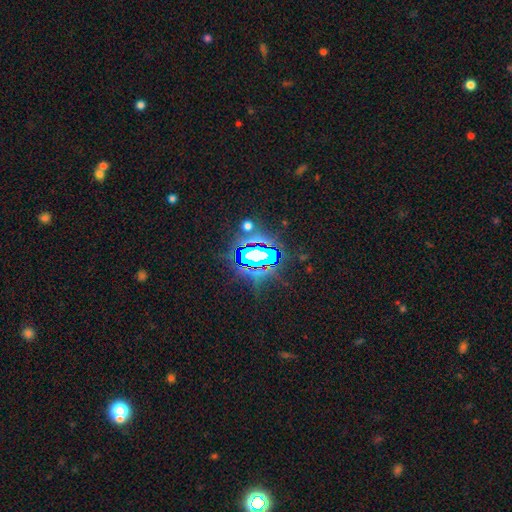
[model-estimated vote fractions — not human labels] A star or artifact, not a galaxy (73%).